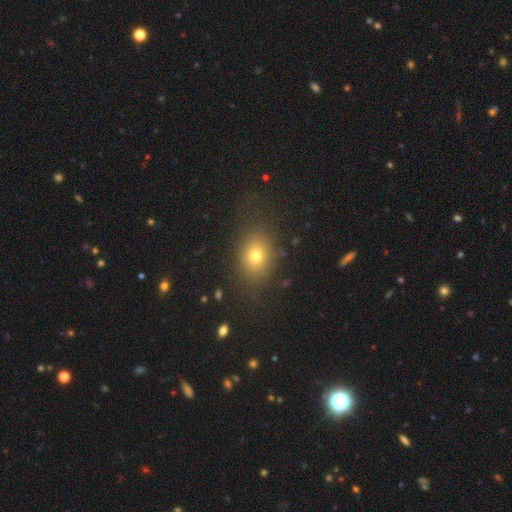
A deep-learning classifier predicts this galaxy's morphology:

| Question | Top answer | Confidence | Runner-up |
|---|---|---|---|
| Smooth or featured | smooth | 74% | star or artifact (15%) |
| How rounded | in between | 57% | round (42%) |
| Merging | none | 78% | minor disturbance (13%) |